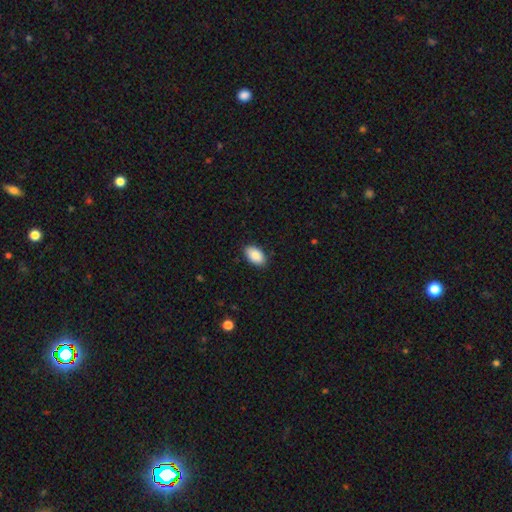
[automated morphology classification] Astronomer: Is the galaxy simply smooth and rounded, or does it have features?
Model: smooth — 89%.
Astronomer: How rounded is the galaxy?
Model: in between — 94%.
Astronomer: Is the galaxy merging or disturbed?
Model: none — 88%.